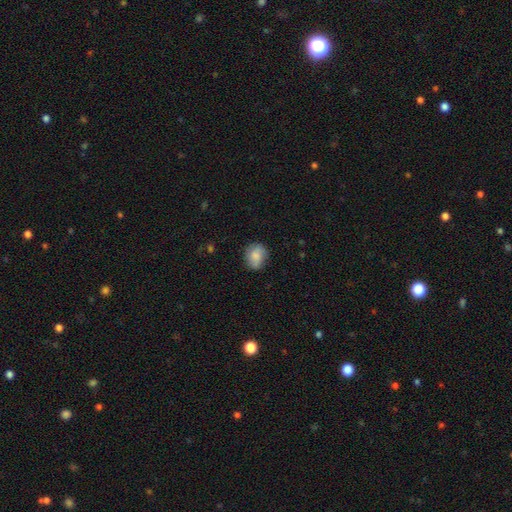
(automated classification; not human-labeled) This appears to be a smooth galaxy with no disk features (79%) that is round (55%). Merging: none (75%).